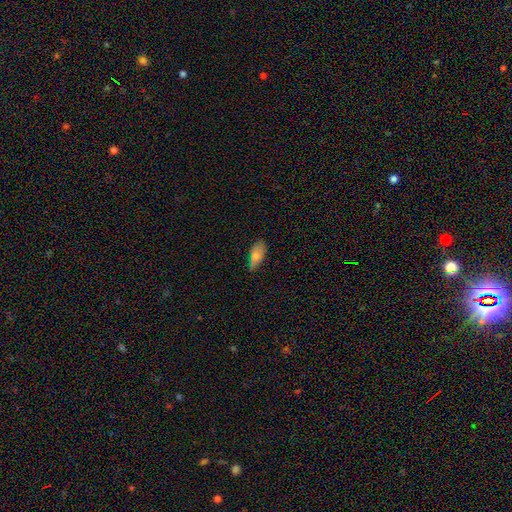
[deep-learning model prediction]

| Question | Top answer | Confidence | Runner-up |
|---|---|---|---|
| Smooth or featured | smooth | 78% | featured or disk (13%) |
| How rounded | in between | 86% | cigar-shaped (11%) |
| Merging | none | 52% | minor disturbance (37%) |